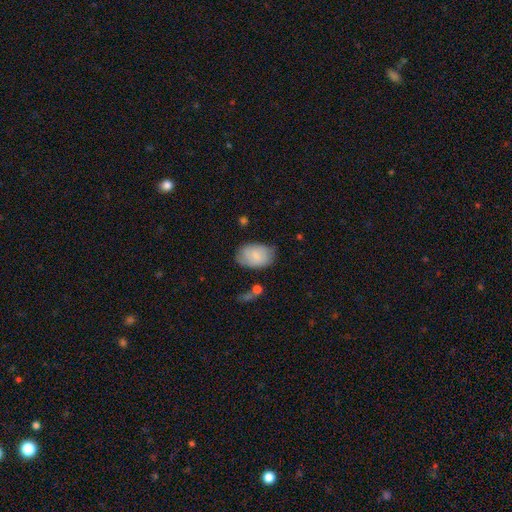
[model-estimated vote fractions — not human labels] smooth 80%, featured or disk 14%, star or artifact 6%. Down the decision tree: how rounded — in between (89%); merging — none (71%).